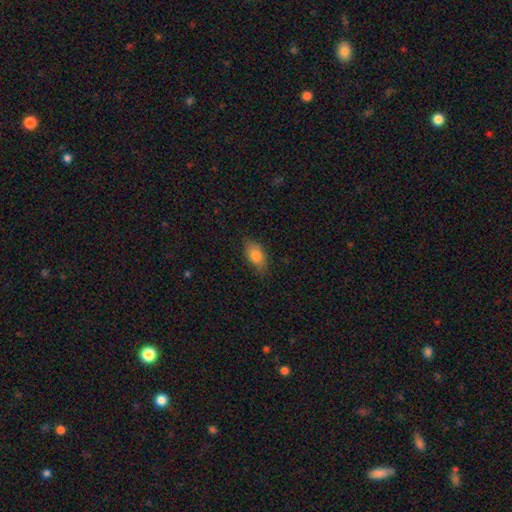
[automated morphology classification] This appears to be a smooth galaxy with no disk features (81%) that is in between round and cigar-shaped (89%). Merging: none (77%).